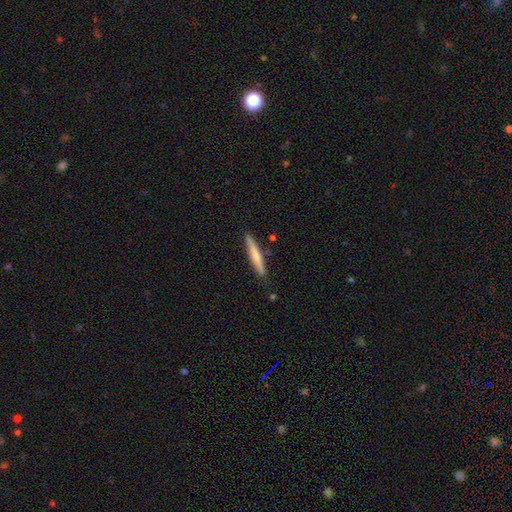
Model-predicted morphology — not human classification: type=smooth (64%); roundness=cigar-shaped (93%); merging=none (86%).